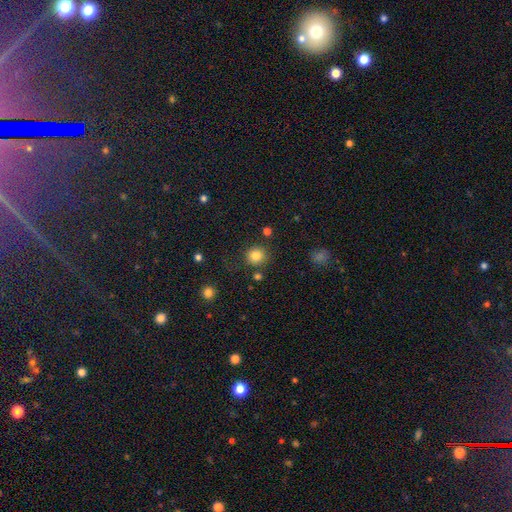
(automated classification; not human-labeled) smooth_or_featured: smooth (p=0.83) [alt: star or artifact p=0.12]
how_rounded: round (p=0.89) [alt: in between p=0.11]
merging: none (p=0.83) [alt: minor disturbance p=0.09]